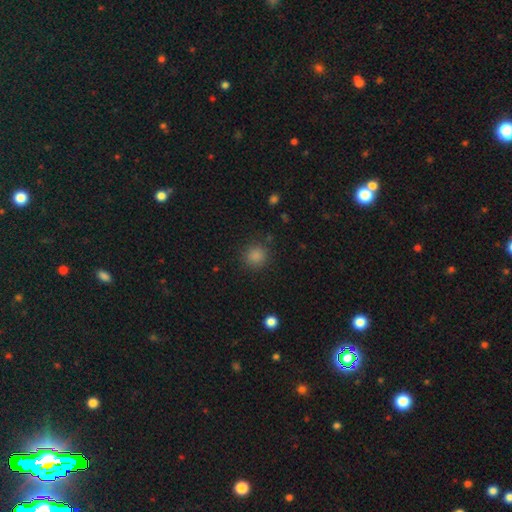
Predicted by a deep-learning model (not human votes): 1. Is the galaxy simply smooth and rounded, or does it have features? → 85% smooth, 12% star or artifact, 3% featured or disk.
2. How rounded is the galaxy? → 89% round, 10% in between, 1% cigar-shaped.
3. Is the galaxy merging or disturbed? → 87% none, 8% minor disturbance, 3% major disturbance, 2% merger.